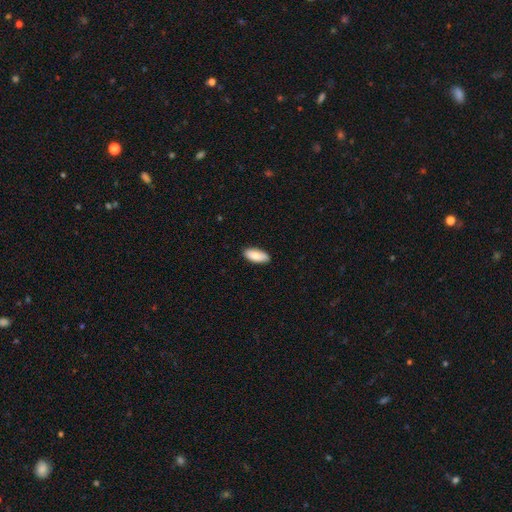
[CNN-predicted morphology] Smooth or featured?
  - smooth: 85% *
  - featured or disk: 9%
  - star or artifact: 6%
How rounded?
  - in between: 87% *
  - cigar-shaped: 11%
  - round: 2%
Merging?
  - none: 88% *
  - minor disturbance: 10%
  - major disturbance: 2%
  - merger: 1%